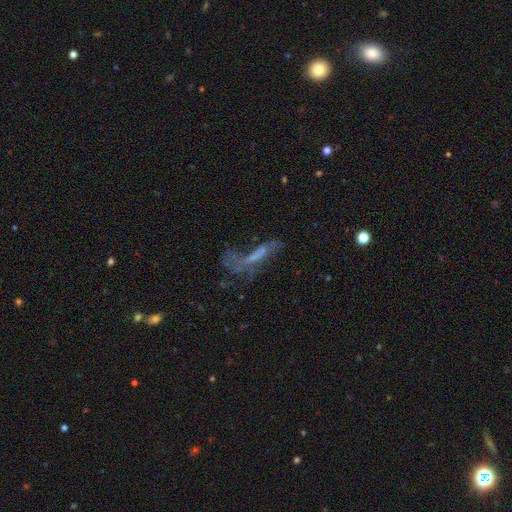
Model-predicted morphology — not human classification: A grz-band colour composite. It shows a featured or disk galaxy (50%). Merging: major disturbance (43%).